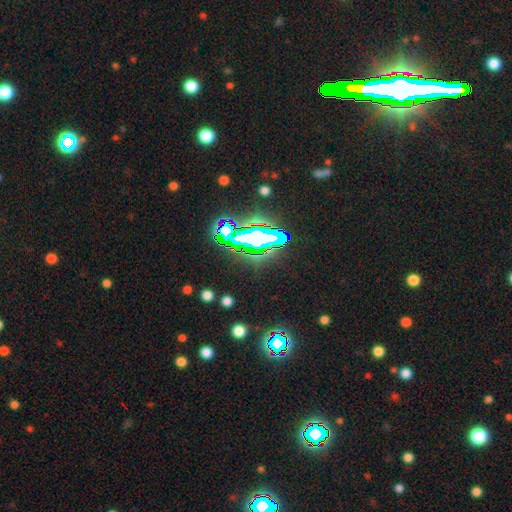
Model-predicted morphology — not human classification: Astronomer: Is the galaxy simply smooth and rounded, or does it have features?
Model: star or artifact — 72%.